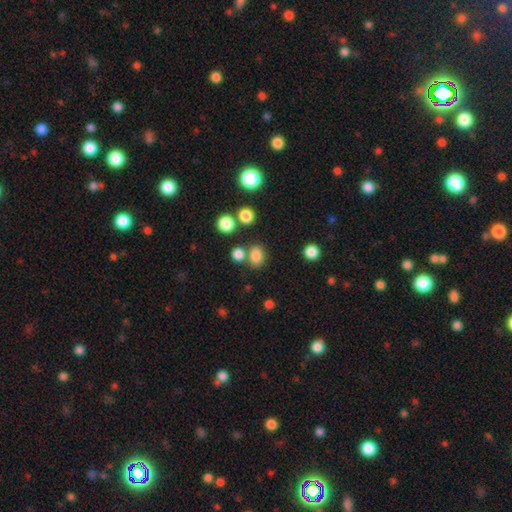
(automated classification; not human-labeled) The model was most divided on "how rounded": in between: 60%, round: 39%, cigar-shaped: 1%. More confident: smooth or featured — smooth (81%); merging — none (67%).